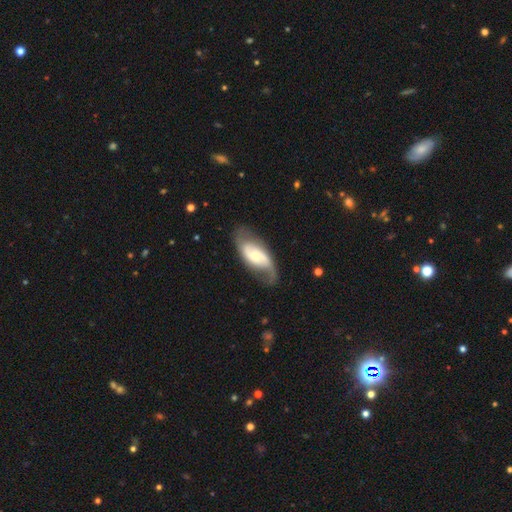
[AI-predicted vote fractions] Morphology: type=featured or disk (71%); edge-on=no (93%); bar=no (52%); spiral arms=yes (87%); winding=loose (50%); arm count=2 (79%); bulge=small (46%); merging=none (66%).